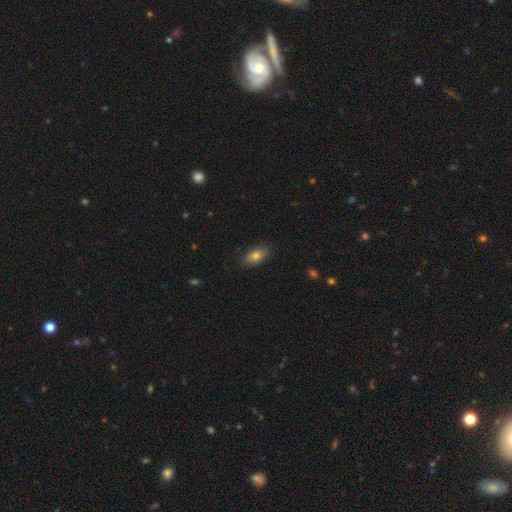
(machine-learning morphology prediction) A smooth galaxy with no disk features (79%) that is in between round and cigar-shaped (89%). Merging: none (86%).